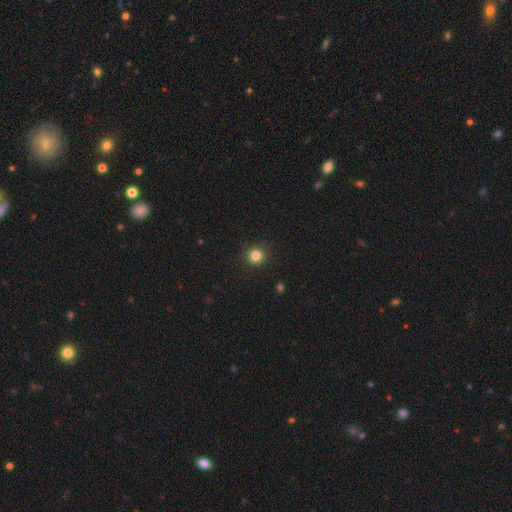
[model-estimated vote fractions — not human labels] smooth_or_featured: smooth (p=0.83) [alt: star or artifact p=0.13]
how_rounded: round (p=0.92) [alt: in between p=0.07]
merging: none (p=0.91) [alt: minor disturbance p=0.06]